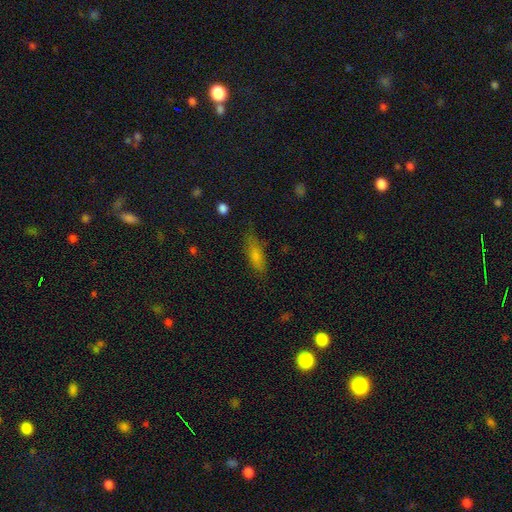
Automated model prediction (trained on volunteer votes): smooth 66%, featured or disk 21%, star or artifact 13%. Down the decision tree: how rounded — cigar-shaped (51%); merging — none (79%).